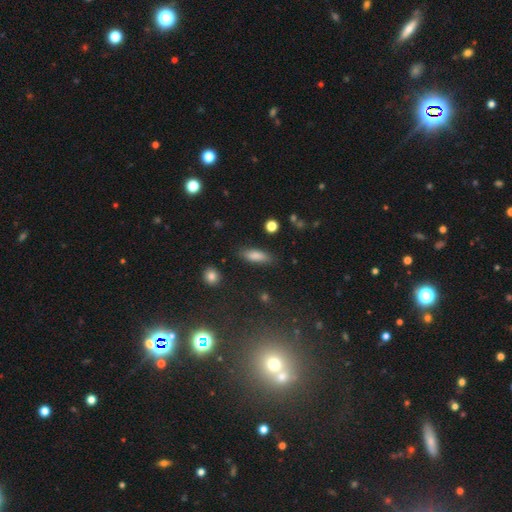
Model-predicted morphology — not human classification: Smooth or featured? Predicted: smooth (p=0.83). How rounded? Predicted: in between (p=0.60). Merging? Predicted: none (p=0.81).